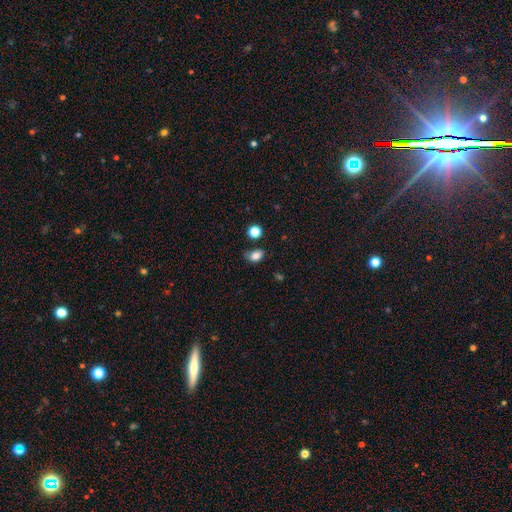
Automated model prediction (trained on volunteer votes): Smooth or featured? smooth (81%)
How rounded? in between (76%)
Merging? none (62%)